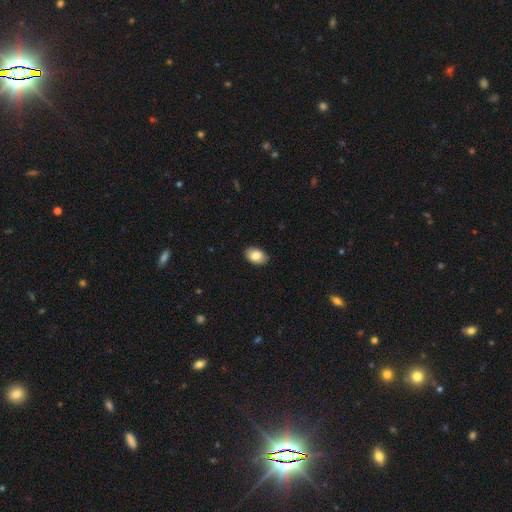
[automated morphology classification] Smooth or featured: smooth — 84% (featured or disk — 9%)
How rounded: in between — 88% (round — 11%)
Merging: none — 87% (minor disturbance — 10%)